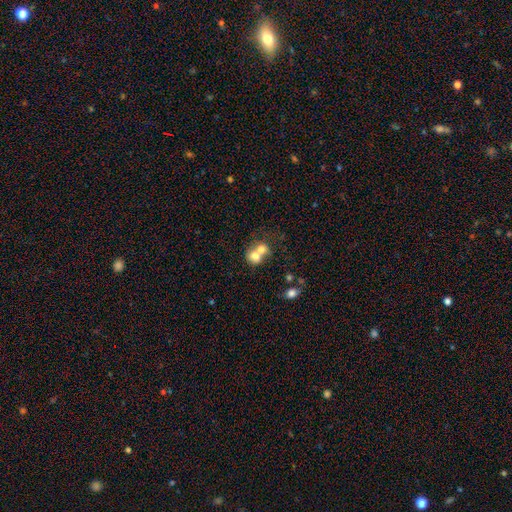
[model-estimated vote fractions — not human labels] Smooth or featured: smooth — 70% (featured or disk — 20%)
How rounded: round — 65% (in between — 34%)
Merging: merger — 71% (none — 20%)